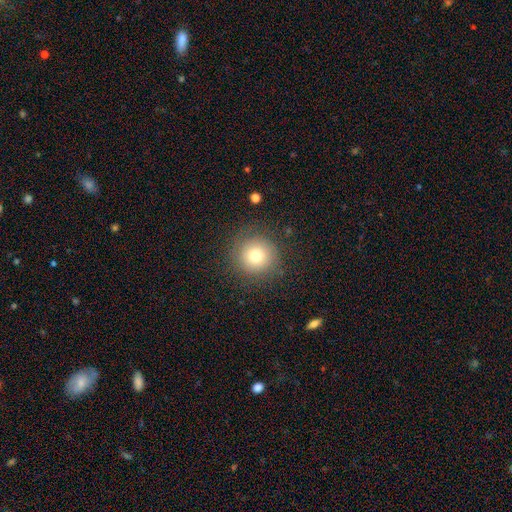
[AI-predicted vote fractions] This appears to be a smooth galaxy with no disk features (75%) that is round (94%). Merging: none (85%).